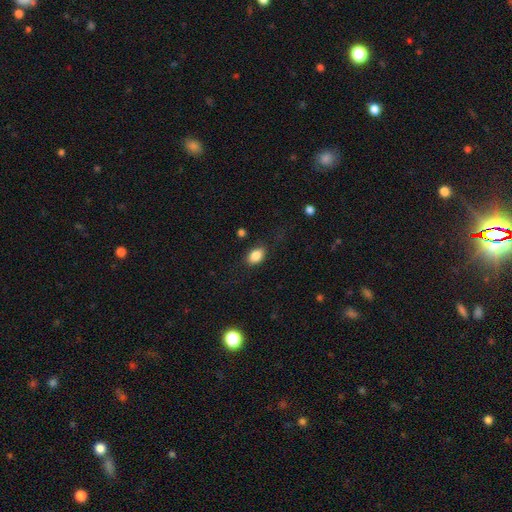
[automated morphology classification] Smooth or featured? smooth (86%)
How rounded? in between (83%)
Merging? none (81%)